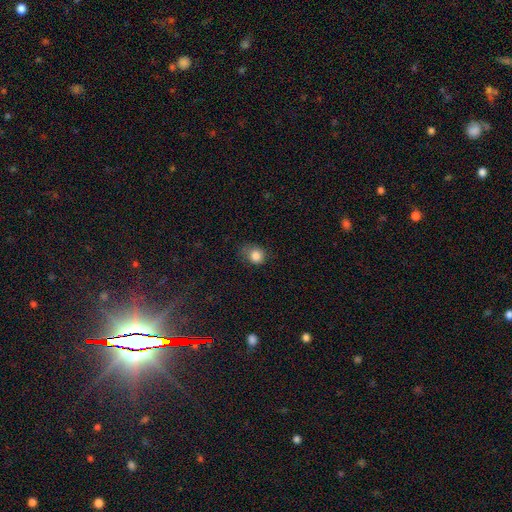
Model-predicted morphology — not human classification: Overall: smooth (84%). How rounded: round (65%; in between 34%). Merging: none (56%; minor disturbance 32%).